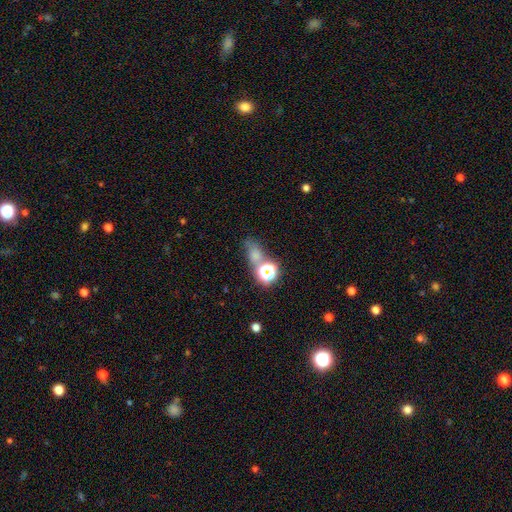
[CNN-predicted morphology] smooth_or_featured: smooth (p=0.55) [alt: star or artifact p=0.33]
how_rounded: in between (p=0.50) [alt: round p=0.45]
merging: none (p=0.47) [alt: merger p=0.25]